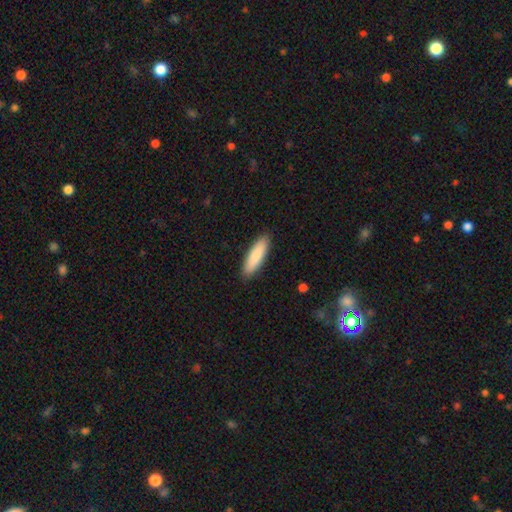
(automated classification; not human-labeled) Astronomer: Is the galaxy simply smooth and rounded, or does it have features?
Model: smooth — 87%.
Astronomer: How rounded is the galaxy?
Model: cigar-shaped — 61% (runner-up: in between, 38%).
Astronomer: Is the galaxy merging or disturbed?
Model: none — 90%.